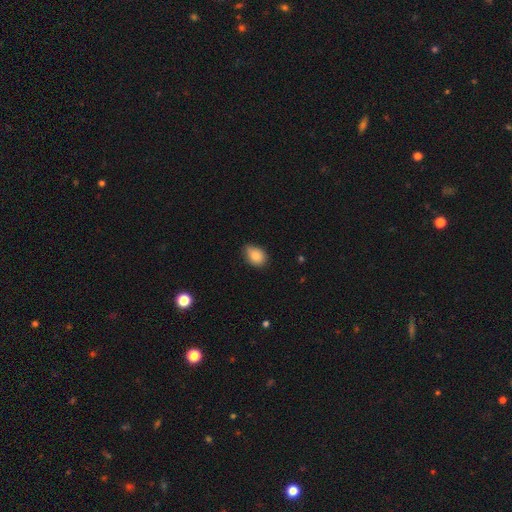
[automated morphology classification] smooth 86%, star or artifact 8%, featured or disk 6%. Down the decision tree: how rounded — in between (74%); merging — none (69%).